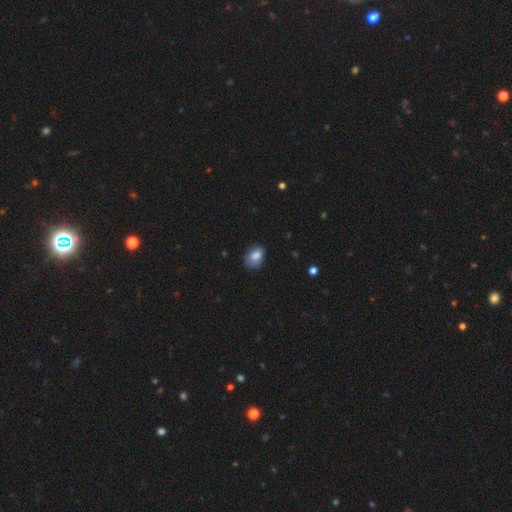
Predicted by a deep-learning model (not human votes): smooth_or_featured: smooth (p=0.82) [alt: featured or disk p=0.09]
how_rounded: in between (p=0.69) [alt: round p=0.30]
merging: none (p=0.63) [alt: minor disturbance p=0.28]